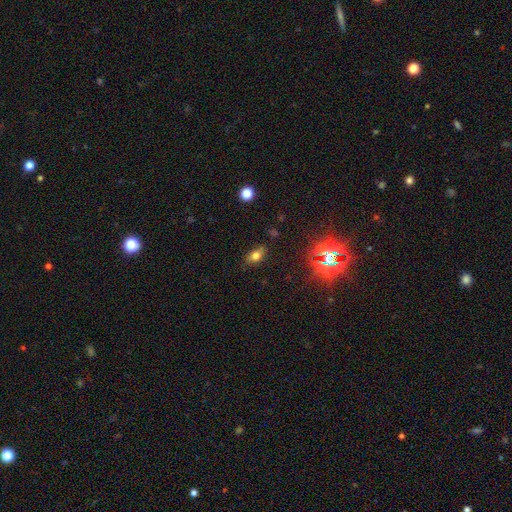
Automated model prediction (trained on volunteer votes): smooth-or-featured: smooth: 68% | star or artifact: 18% | featured or disk: 14%
  how-rounded: in between: 80% | round: 14% | cigar-shaped: 6%
  merging: none: 77% | minor disturbance: 16% | major disturbance: 4% | merger: 3%